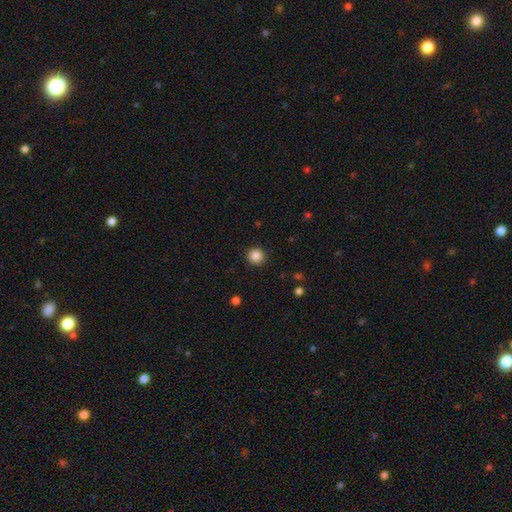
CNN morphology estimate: Smooth or featured?
  - smooth: 86% *
  - star or artifact: 10%
  - featured or disk: 4%
How rounded?
  - round: 93% *
  - in between: 6%
  - cigar-shaped: 1%
Merging?
  - none: 91% *
  - minor disturbance: 6%
  - major disturbance: 2%
  - merger: 1%